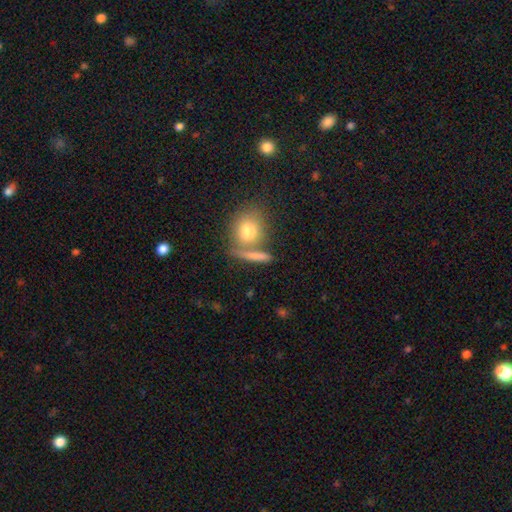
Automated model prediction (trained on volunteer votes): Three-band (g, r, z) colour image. It shows a smooth galaxy with no disk features (74%) that is round (37%). Merging: none (60%).